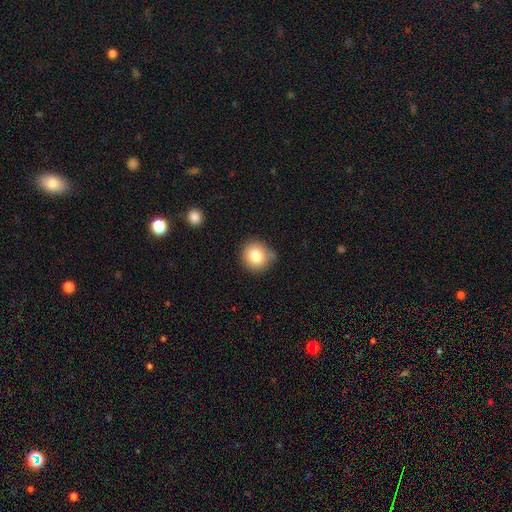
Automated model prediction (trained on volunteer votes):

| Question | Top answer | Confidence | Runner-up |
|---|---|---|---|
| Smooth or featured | smooth | 81% | star or artifact (10%) |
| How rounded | round | 91% | in between (8%) |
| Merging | none | 73% | minor disturbance (18%) |